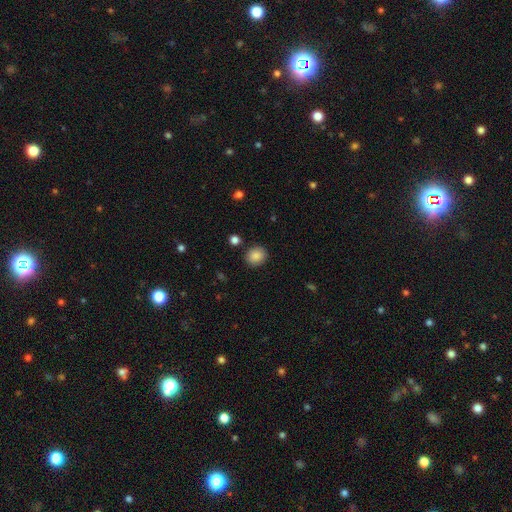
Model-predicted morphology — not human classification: Smooth or featured? Predicted: smooth (p=0.87). How rounded? Predicted: round (p=0.73). Merging? Predicted: none (p=0.88).